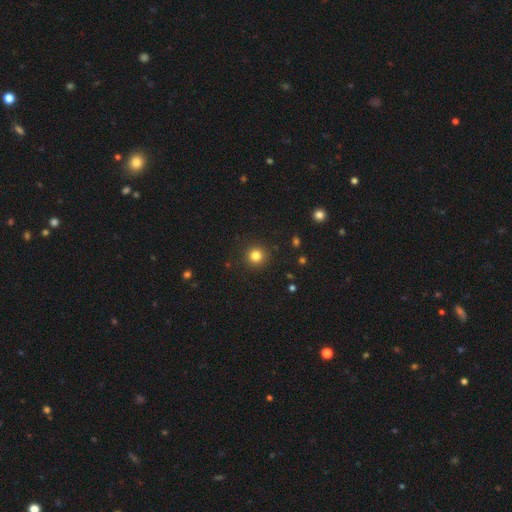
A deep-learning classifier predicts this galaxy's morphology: smooth_or_featured: smooth (p=0.83) [alt: star or artifact p=0.12]
how_rounded: round (p=0.94) [alt: in between p=0.05]
merging: none (p=0.91) [alt: minor disturbance p=0.05]